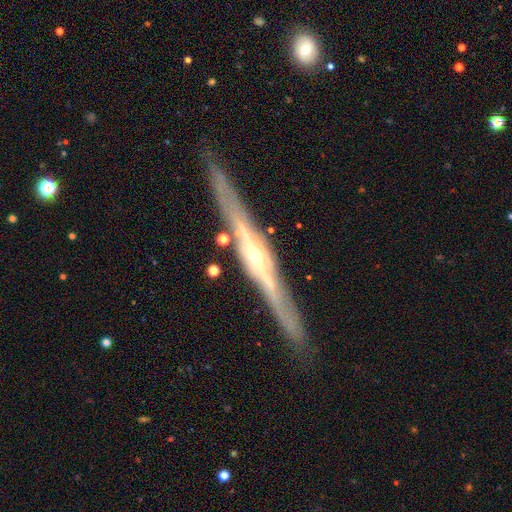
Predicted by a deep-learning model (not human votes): The model was most divided on "edge-on bulge": rounded: 80%, none: 11%, boxy: 9%. More confident: edge-on disk — yes (94%); merging — none (86%); smooth or featured — featured or disk (84%).